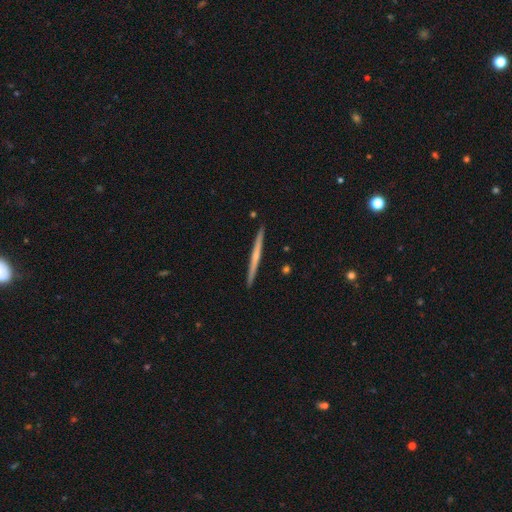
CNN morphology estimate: This is possibly a featured or disk galaxy (59%). It is clearly viewed edge-on (98%). Edge-on bulge: likely none (66%). Merging: clearly none (92%).